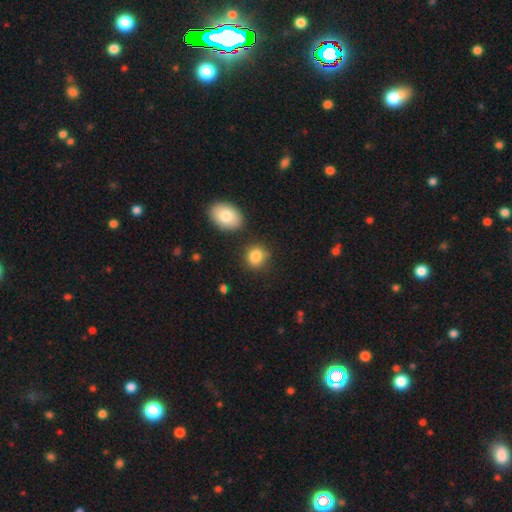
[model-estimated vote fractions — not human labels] The model was most divided on "how rounded": round: 68%, in between: 31%, cigar-shaped: 1%. More confident: smooth or featured — smooth (85%); merging — none (77%).